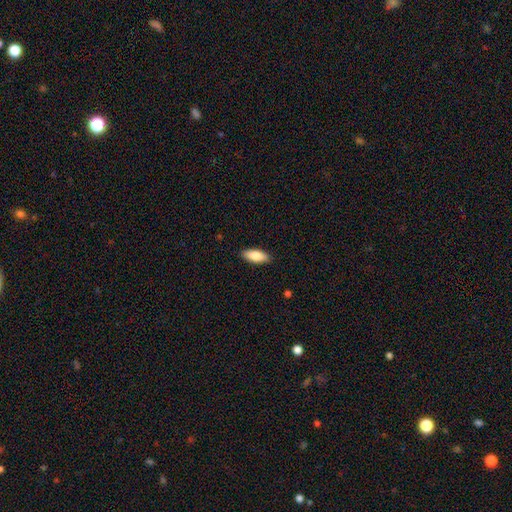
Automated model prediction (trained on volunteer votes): This appears to be a smooth galaxy with no disk features (84%) that is in between round and cigar-shaped (81%). Merging: none (89%).